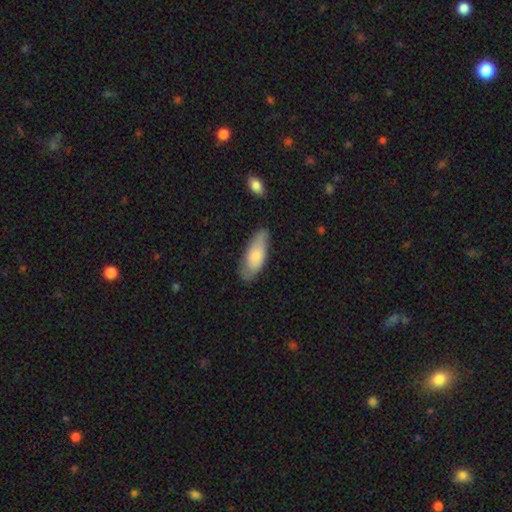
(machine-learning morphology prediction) Q: Smooth or featured?
A: smooth (70%); runner-up: featured or disk (24%)
Q: How rounded?
A: in between (74%); runner-up: cigar-shaped (24%)
Q: Merging?
A: none (70%); runner-up: minor disturbance (23%)